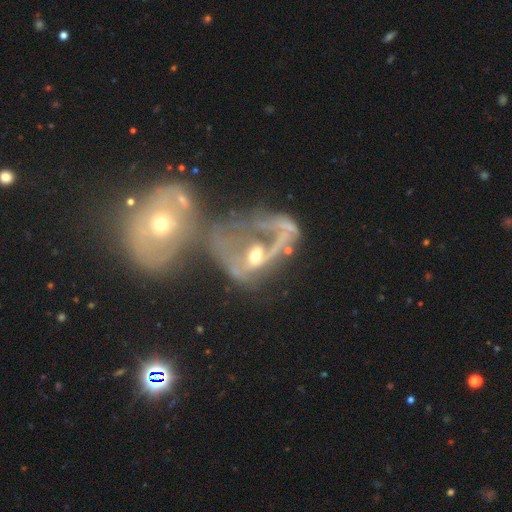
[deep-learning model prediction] Morphology: type=featured or disk (71%); edge-on=no (94%); bar=no (59%); spiral arms=yes (55%); bulge=moderate (57%); merging=merger (42%).